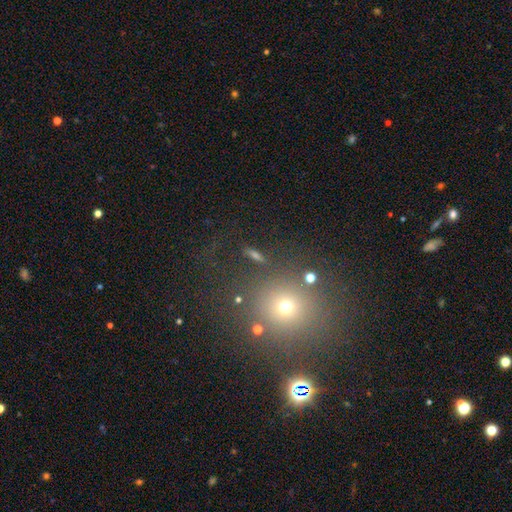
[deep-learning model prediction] Smooth or featured? Predicted: smooth (p=0.47). Merging? Predicted: none (p=0.75).